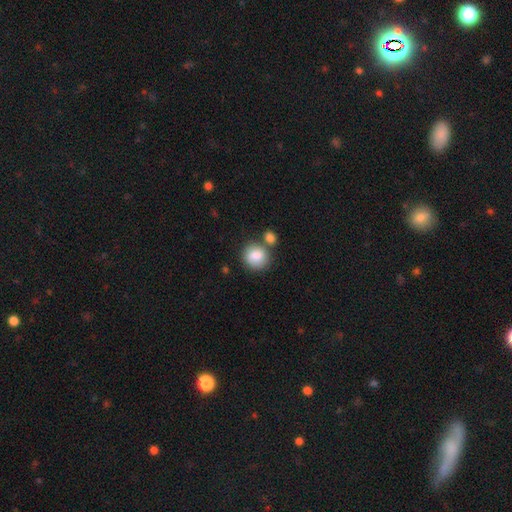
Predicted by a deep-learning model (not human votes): Smooth or featured: smooth — 85% (featured or disk — 8%)
How rounded: round — 80% (in between — 19%)
Merging: none — 59% (merger — 24%)